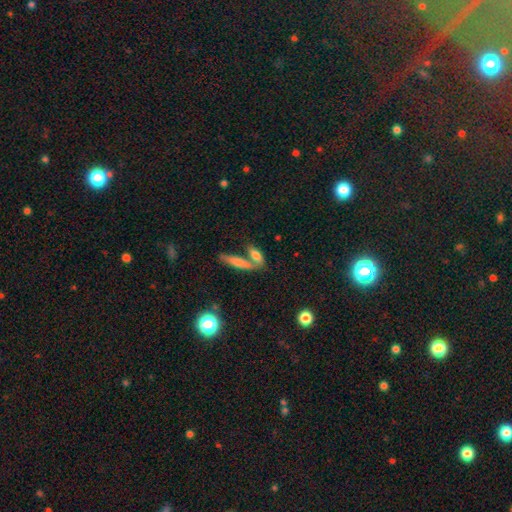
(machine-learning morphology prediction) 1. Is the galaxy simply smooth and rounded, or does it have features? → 71% smooth, 20% featured or disk, 9% star or artifact.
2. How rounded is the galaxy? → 52% cigar-shaped, 44% in between, 4% round.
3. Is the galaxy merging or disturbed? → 45% none, 41% merger, 10% minor disturbance, 4% major disturbance.